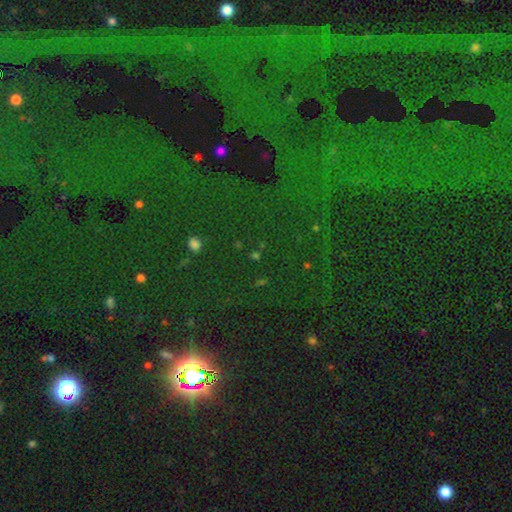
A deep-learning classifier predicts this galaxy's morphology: Q: Smooth or featured?
A: star or artifact (69%); runner-up: smooth (22%)